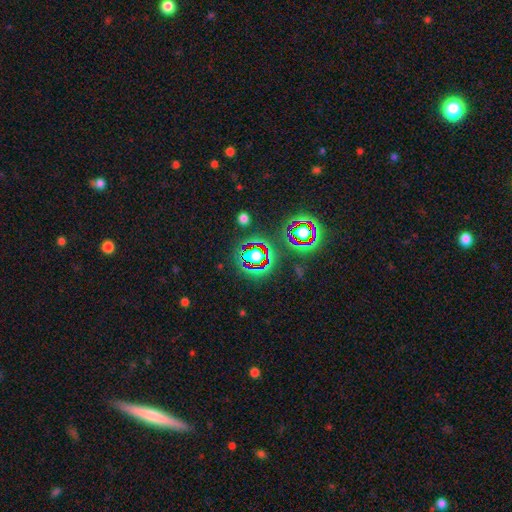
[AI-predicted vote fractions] smooth_or_featured: star or artifact (p=0.58) [alt: smooth p=0.26]